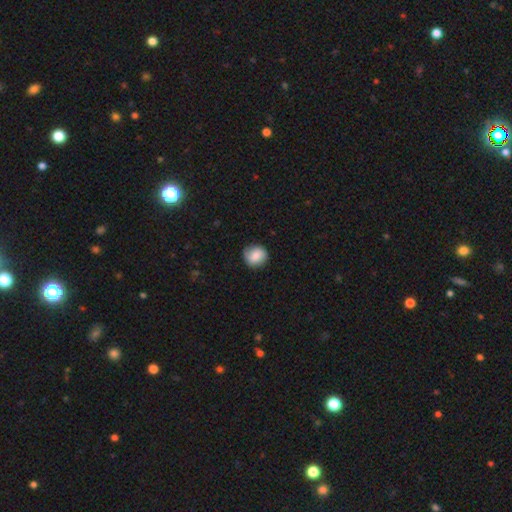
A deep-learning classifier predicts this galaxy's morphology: A smooth galaxy with no disk features (79%) that is round (86%). Merging: none (86%).